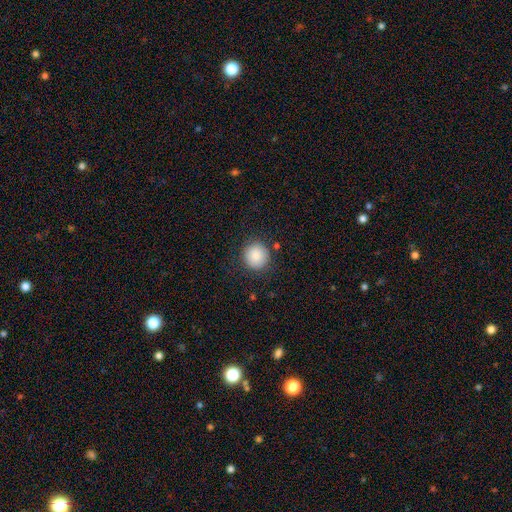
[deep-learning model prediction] Smooth or featured? Predicted: smooth (p=0.87). How rounded? Predicted: round (p=0.93). Merging? Predicted: none (p=0.86).